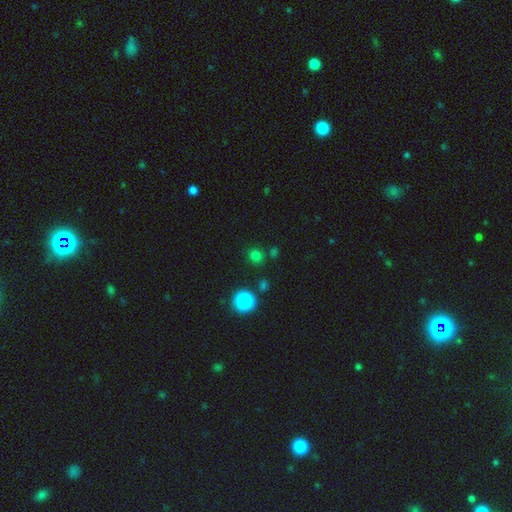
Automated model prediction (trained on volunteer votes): Smooth or featured? Predicted: smooth (p=0.73). How rounded? Predicted: round (p=0.86). Merging? Predicted: none (p=0.83).